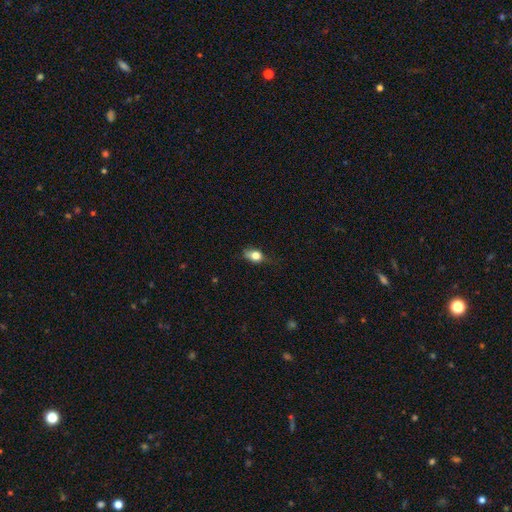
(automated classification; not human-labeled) A smooth galaxy with no disk features (76%) that is in between round and cigar-shaped (68%). Merging: none (57%).